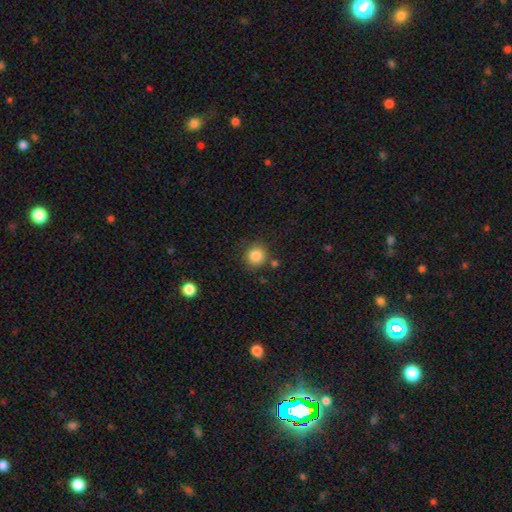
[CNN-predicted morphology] smooth-or-featured: smooth: 85% | star or artifact: 10% | featured or disk: 5%
  how-rounded: round: 89% | in between: 10% | cigar-shaped: 1%
  merging: none: 80% | minor disturbance: 11% | merger: 6% | major disturbance: 3%